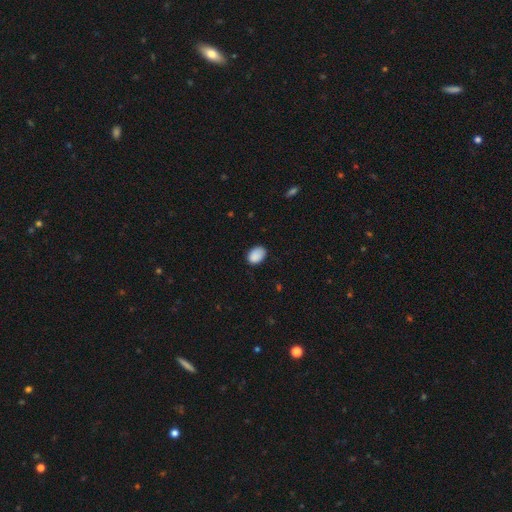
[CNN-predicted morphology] A smooth galaxy with no disk features (89%) that is in between round and cigar-shaped (80%). Merging: none (75%).